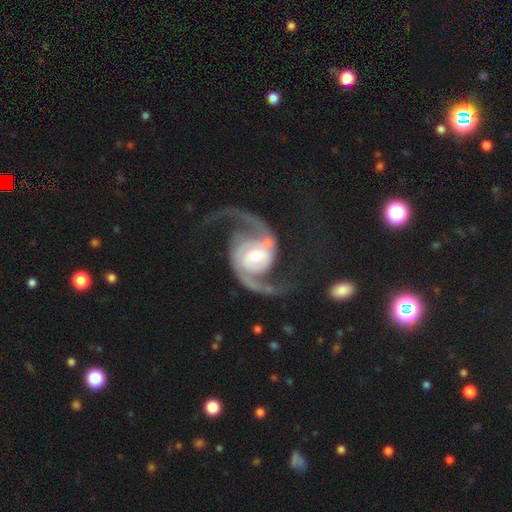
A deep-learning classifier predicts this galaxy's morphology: smooth_or_featured: featured or disk (p=0.93) [alt: star or artifact p=0.04]
disk_edge_on: no (p=0.98) [alt: yes p=0.02]
bar: no (p=0.52) [alt: weak p=0.34]
has_spiral_arms: yes (p=0.98) [alt: no p=0.02]
spiral_winding: loose (p=0.48) [alt: medium p=0.41]
spiral_arm_count: 2 (p=0.94) [alt: 1 p=0.01]
bulge_size: moderate (p=0.62) [alt: small p=0.26]
merging: none (p=0.66) [alt: major disturbance p=0.14]